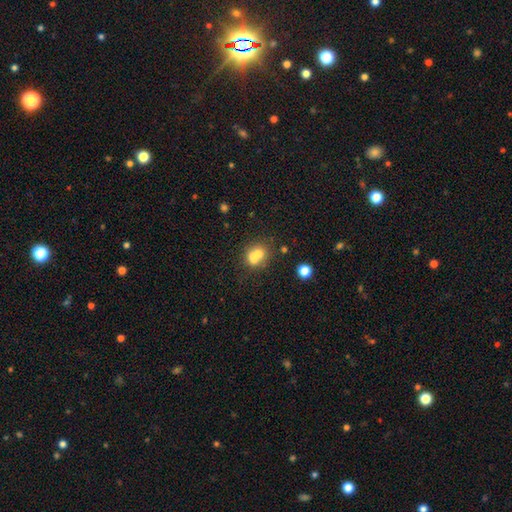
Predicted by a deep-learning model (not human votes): This is likely a smooth galaxy (66%). How rounded: likely round (72%). Merging: possibly merger (59%).